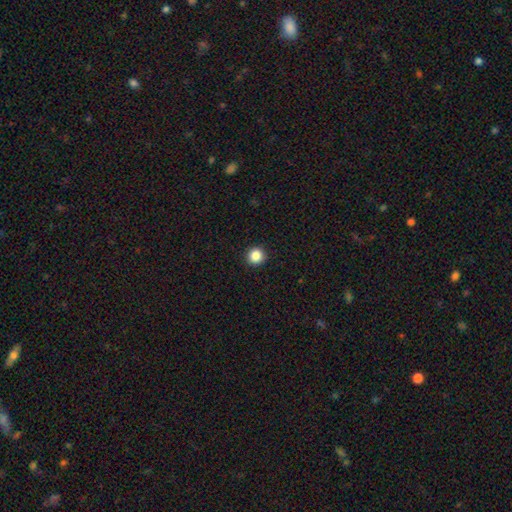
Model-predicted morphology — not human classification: The model was most divided on "smooth or featured": smooth: 86%, star or artifact: 10%, featured or disk: 4%. More confident: how rounded — round (94%); merging — none (93%).